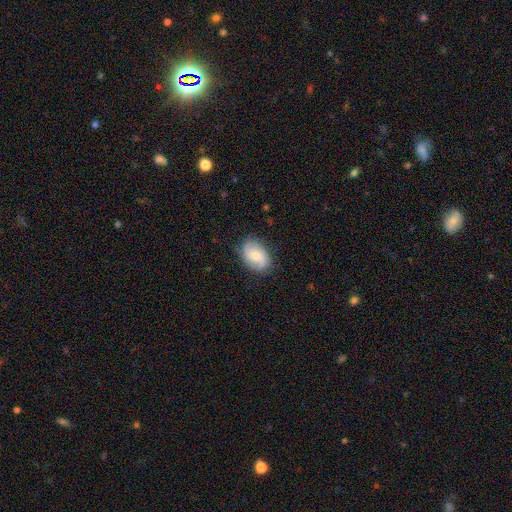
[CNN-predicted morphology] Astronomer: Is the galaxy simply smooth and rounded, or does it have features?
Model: smooth — 48% (runner-up: featured or disk, 45%).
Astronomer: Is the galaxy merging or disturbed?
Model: none — 78%.